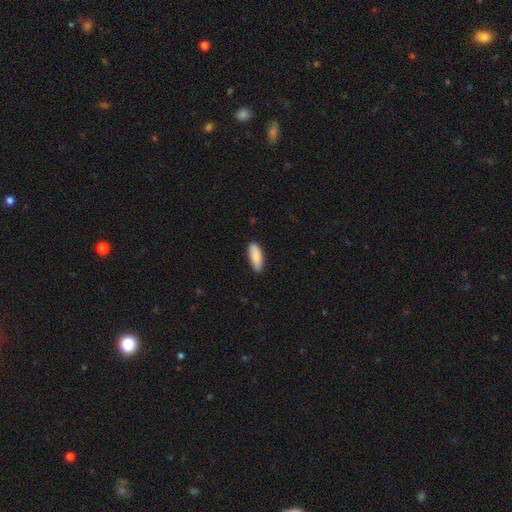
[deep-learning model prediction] smooth-or-featured: smooth: 88% | featured or disk: 7% | star or artifact: 6%
  how-rounded: in between: 71% | cigar-shaped: 27% | round: 2%
  merging: none: 83% | minor disturbance: 14% | major disturbance: 2% | merger: 1%